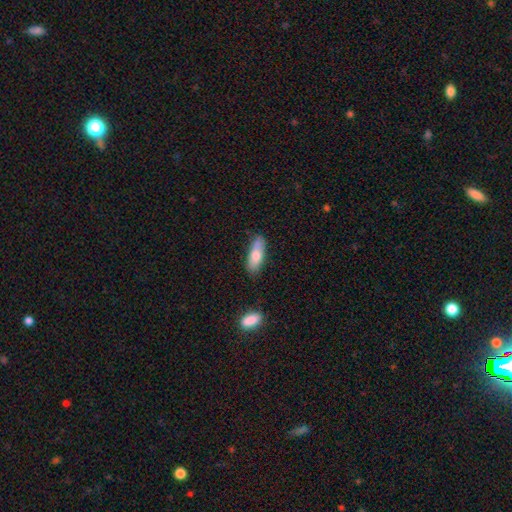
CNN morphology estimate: Smooth or featured: smooth — 72% (featured or disk — 21%)
How rounded: in between — 56% (cigar-shaped — 41%)
Merging: none — 74% (minor disturbance — 19%)